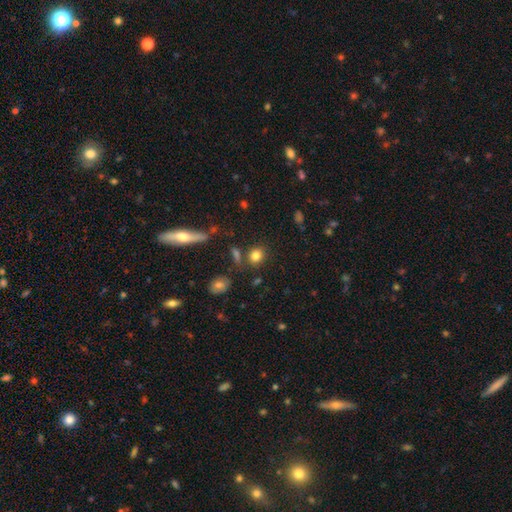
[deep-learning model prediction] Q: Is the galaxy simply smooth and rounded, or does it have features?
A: smooth — 82%.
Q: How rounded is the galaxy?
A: round — 66%.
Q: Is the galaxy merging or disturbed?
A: none — 77%.